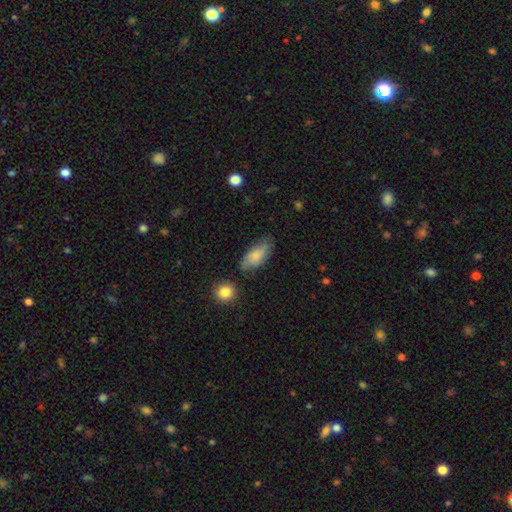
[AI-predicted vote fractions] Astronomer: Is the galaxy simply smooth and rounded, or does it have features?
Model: smooth — 74%.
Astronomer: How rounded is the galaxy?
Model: in between — 87%.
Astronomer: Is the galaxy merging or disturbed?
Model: none — 67%.